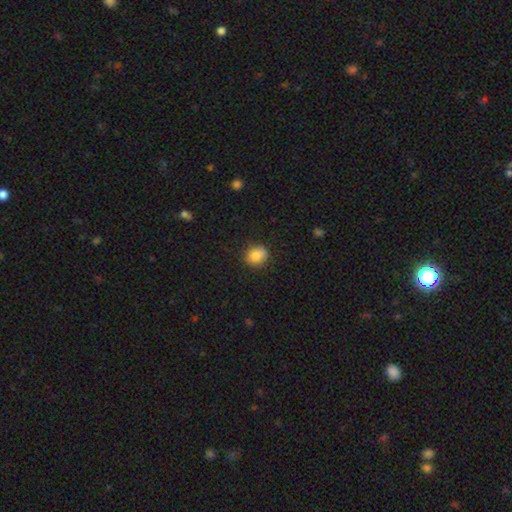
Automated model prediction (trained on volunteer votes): This appears to be a smooth galaxy with no disk features (85%) that is round (68%). Merging: none (78%).